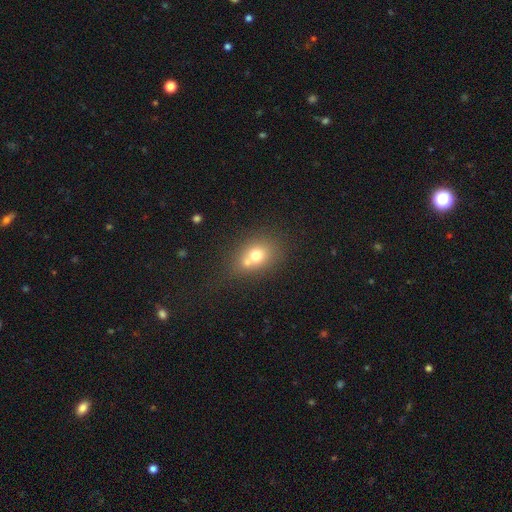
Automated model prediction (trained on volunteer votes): This appears to be a smooth galaxy with no disk features (69%) that is round (52%). Merging: merger (48%).